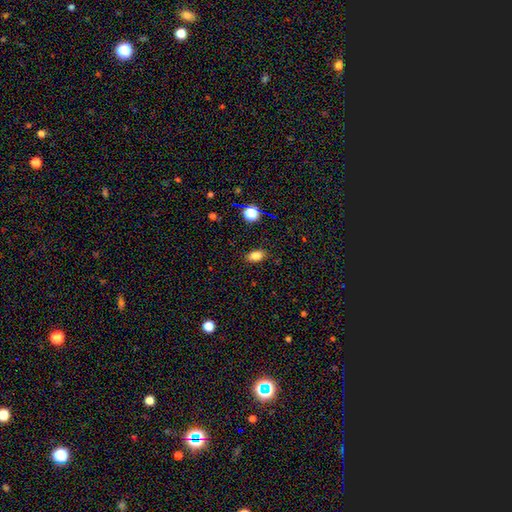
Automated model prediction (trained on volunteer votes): smooth 82%, star or artifact 13%, featured or disk 5%. Down the decision tree: how rounded — in between (84%); merging — none (86%).